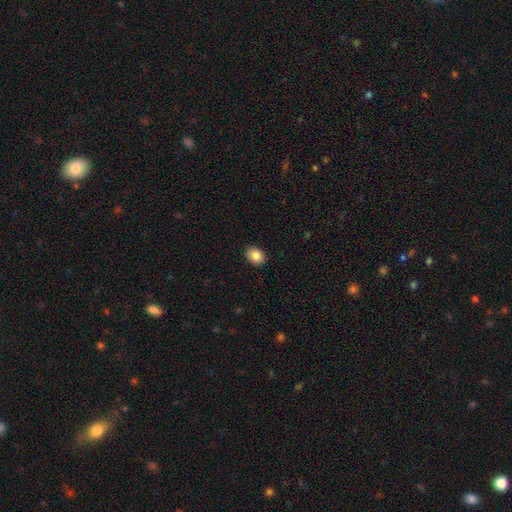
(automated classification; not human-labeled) smooth-or-featured: smooth: 86% | star or artifact: 8% | featured or disk: 6%
  how-rounded: in between: 55% | round: 44% | cigar-shaped: 1%
  merging: none: 90% | minor disturbance: 8% | major disturbance: 2% | merger: 1%